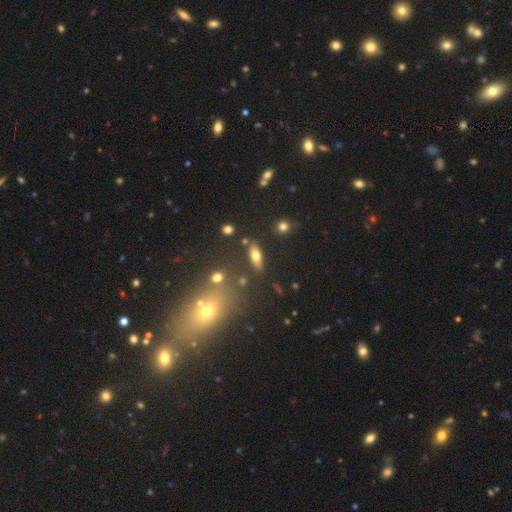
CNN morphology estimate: Q: Smooth or featured?
A: smooth (63%); runner-up: featured or disk (27%)
Q: How rounded?
A: in between (68%); runner-up: cigar-shaped (27%)
Q: Merging?
A: none (80%); runner-up: minor disturbance (11%)